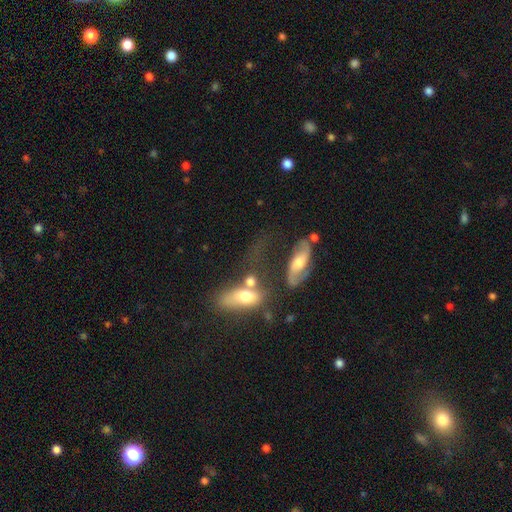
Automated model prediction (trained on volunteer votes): A featured or disk galaxy (48%). Merging: merger (48%).